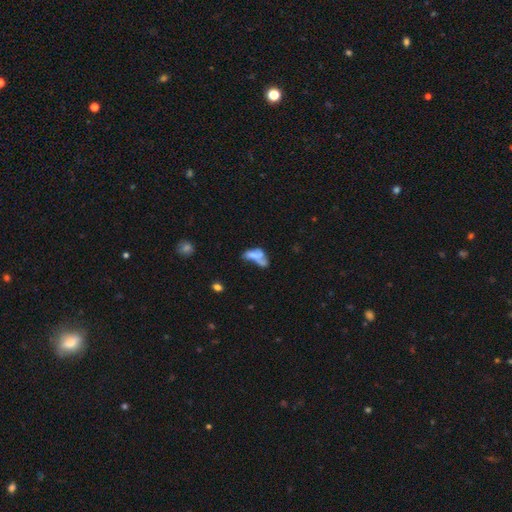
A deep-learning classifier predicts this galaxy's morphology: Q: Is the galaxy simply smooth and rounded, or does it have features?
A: smooth — 53%.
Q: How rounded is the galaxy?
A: in between — 78%.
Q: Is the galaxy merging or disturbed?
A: merger — 50%.